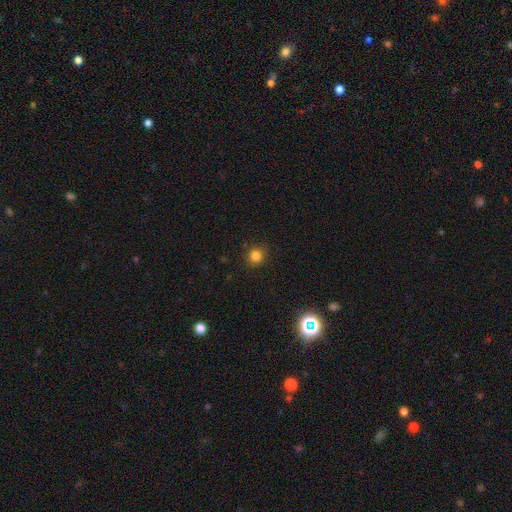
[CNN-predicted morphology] Q: Smooth or featured?
A: smooth (82%); runner-up: star or artifact (13%)
Q: How rounded?
A: round (86%); runner-up: in between (13%)
Q: Merging?
A: none (88%); runner-up: minor disturbance (8%)